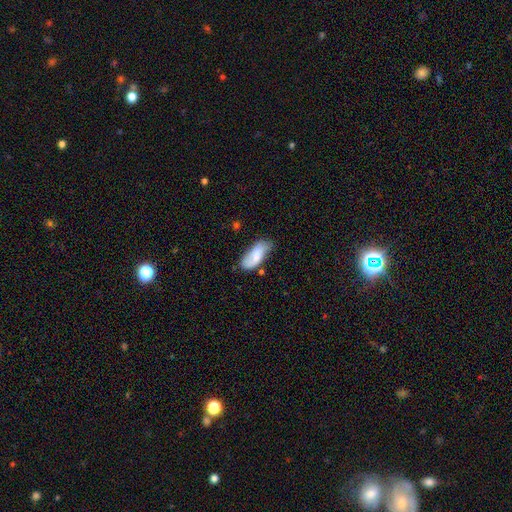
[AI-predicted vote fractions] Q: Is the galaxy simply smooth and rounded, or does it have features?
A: smooth — 65%.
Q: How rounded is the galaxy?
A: in between — 85%.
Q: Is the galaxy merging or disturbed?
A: none — 53%.